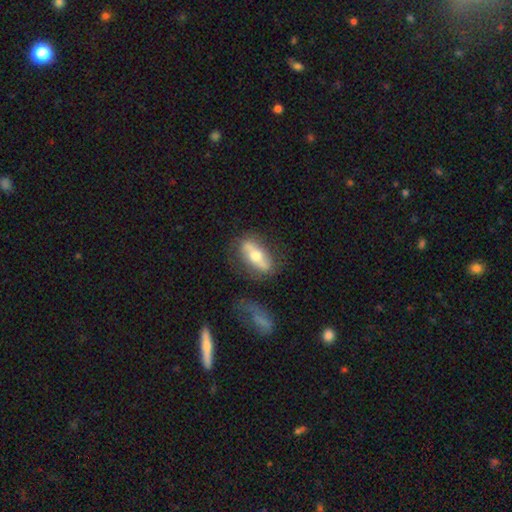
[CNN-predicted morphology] Smooth or featured: featured or disk — 53% (smooth — 40%)
Edge-on disk: no — 58% (yes — 42%)
Merging: none — 71% (minor disturbance — 16%)